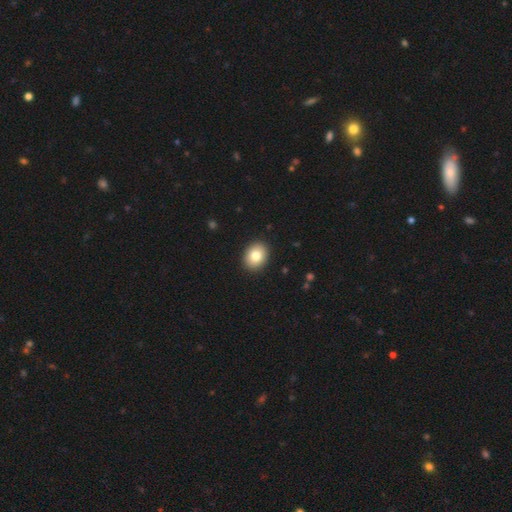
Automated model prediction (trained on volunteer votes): smooth-or-featured: smooth: 81% | featured or disk: 10% | star or artifact: 9%
  how-rounded: in between: 57% | round: 42% | cigar-shaped: 1%
  merging: none: 92% | minor disturbance: 6% | major disturbance: 2% | merger: 1%